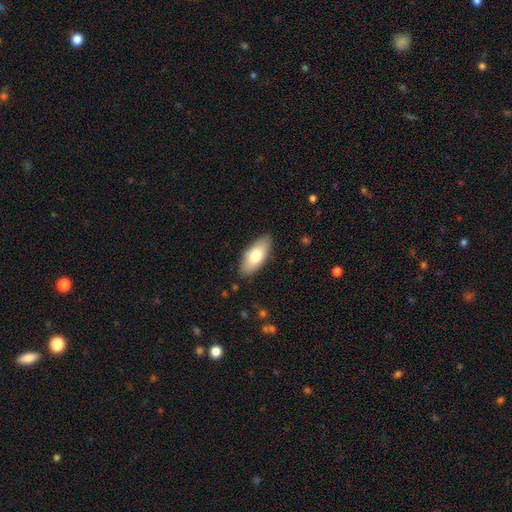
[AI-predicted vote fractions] Smooth or featured? Predicted: smooth (p=0.73). How rounded? Predicted: in between (p=0.83). Merging? Predicted: none (p=0.87).